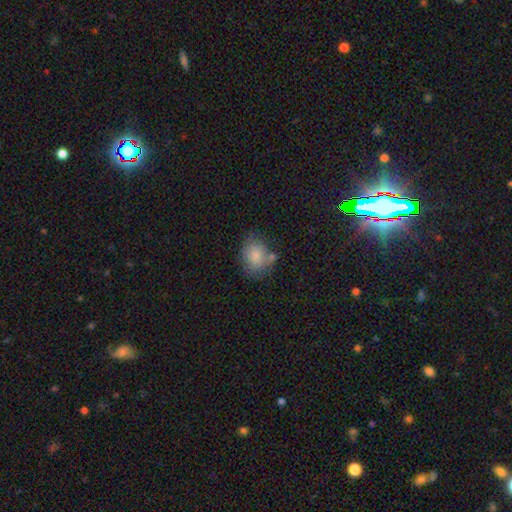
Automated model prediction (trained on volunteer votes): Morphology: type=smooth (80%); roundness=round (52%); merging=none (53%).